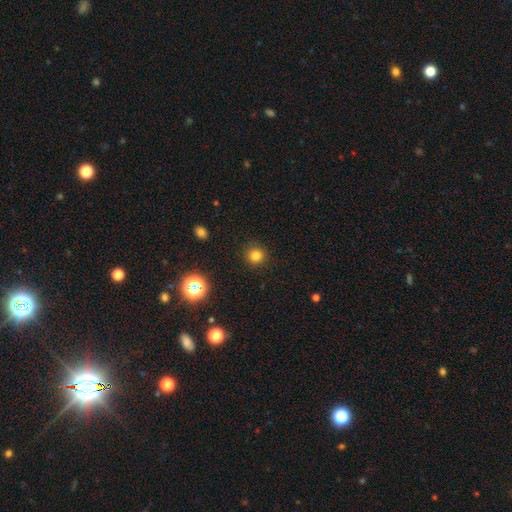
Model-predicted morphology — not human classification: A smooth galaxy with no disk features (81%) that is round (93%).

Vote fractions:
- Smooth or featured? smooth: 81% / star or artifact: 15% / featured or disk: 5%
- How rounded? round: 93% / in between: 6% / cigar-shaped: 1%
- Merging? none: 91% / minor disturbance: 6% / major disturbance: 2% / merger: 1%